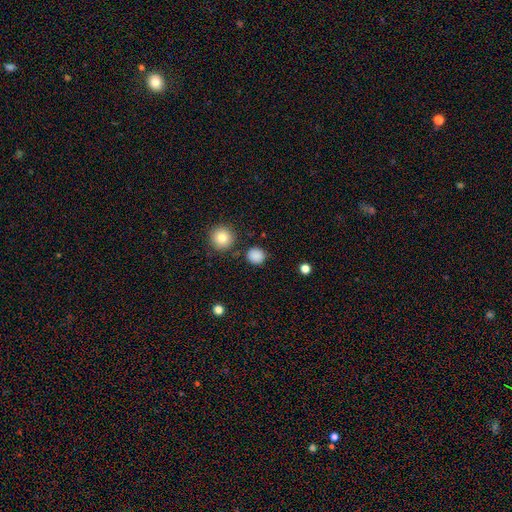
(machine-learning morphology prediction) The model was most divided on "smooth or featured": smooth: 86%, star or artifact: 11%, featured or disk: 4%. More confident: how rounded — round (90%); merging — none (86%).